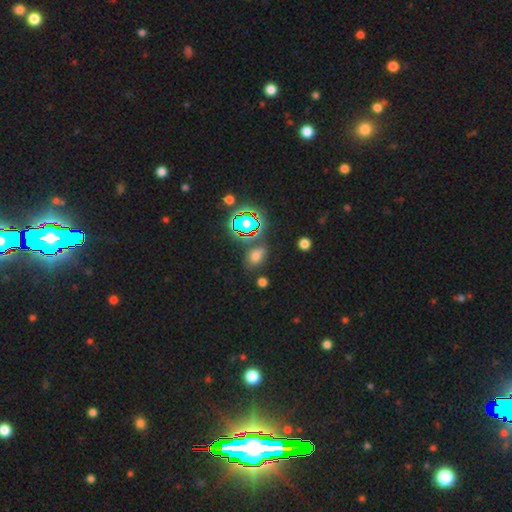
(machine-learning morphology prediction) Smooth or featured? Predicted: smooth (p=0.56). How rounded? Predicted: in between (p=0.64). Merging? Predicted: none (p=0.71).